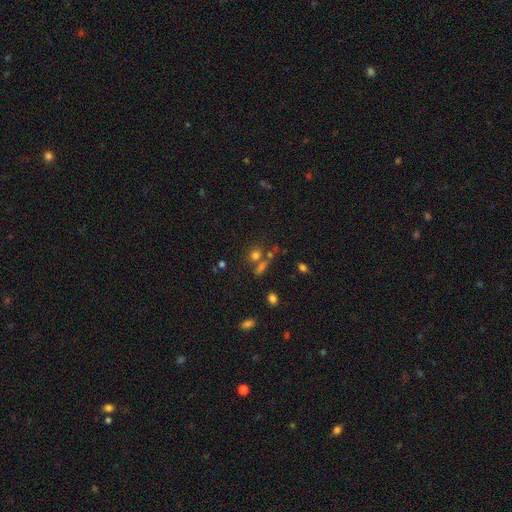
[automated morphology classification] smooth 70%, star or artifact 20%, featured or disk 10%. Down the decision tree: how rounded — round (69%); merging — none (57%).